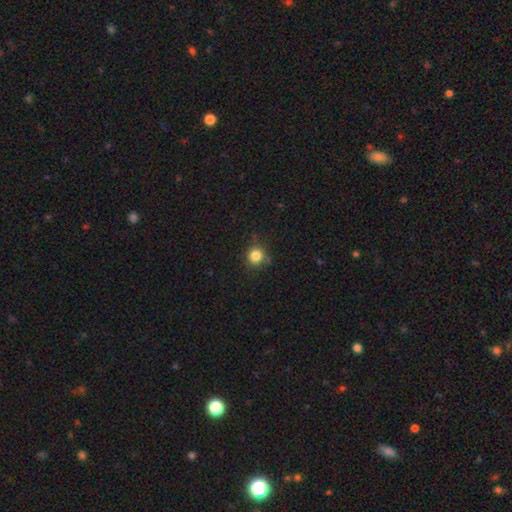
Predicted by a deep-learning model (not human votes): smooth 83%, star or artifact 12%, featured or disk 5%. Down the decision tree: how rounded — round (90%); merging — none (79%).